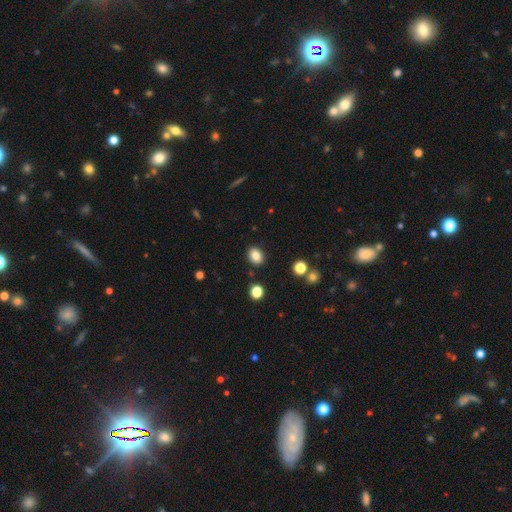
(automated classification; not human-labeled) Smooth or featured?
  - smooth: 85% *
  - star or artifact: 10%
  - featured or disk: 5%
How rounded?
  - in between: 69% *
  - round: 29%
  - cigar-shaped: 1%
Merging?
  - none: 87% *
  - minor disturbance: 8%
  - merger: 2%
  - major disturbance: 2%